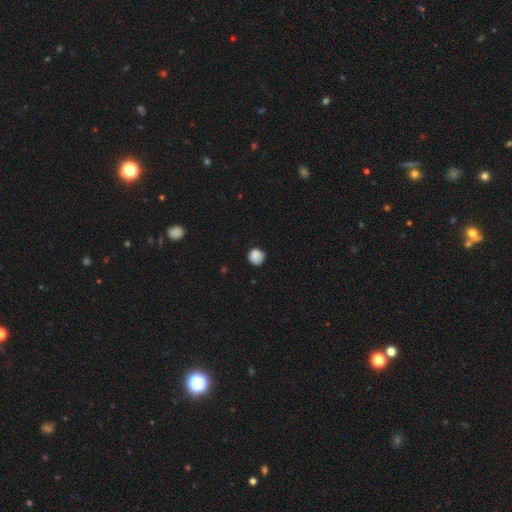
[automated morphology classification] smooth-or-featured: smooth: 85% | star or artifact: 9% | featured or disk: 6%
  how-rounded: round: 90% | in between: 9% | cigar-shaped: 1%
  merging: none: 73% | minor disturbance: 21% | major disturbance: 5% | merger: 2%